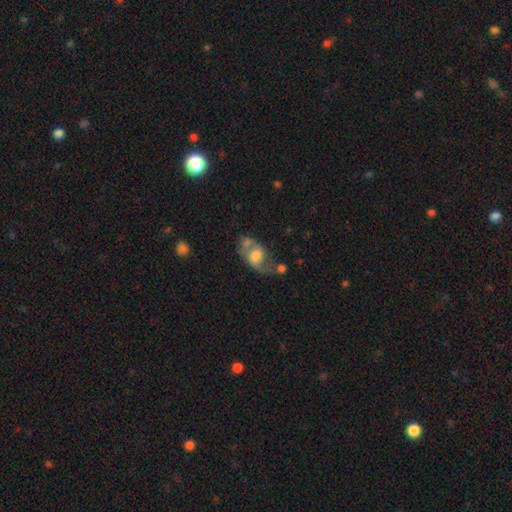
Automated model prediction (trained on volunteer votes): A featured or disk galaxy (49%).

Vote fractions:
- Smooth or featured? featured or disk: 49% / smooth: 42% / star or artifact: 9%
- Merging? merger: 37% / none: 26% / major disturbance: 19% / minor disturbance: 18%